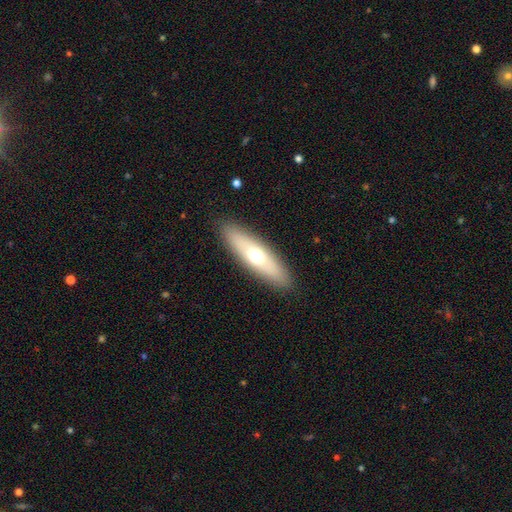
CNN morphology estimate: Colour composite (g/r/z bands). It shows a smooth galaxy with no disk features (57%) that is cigar-shaped (53%). Merging: none (89%).